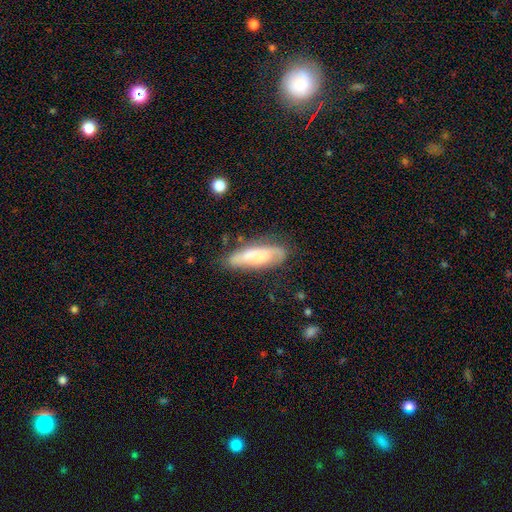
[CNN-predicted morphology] Q: Smooth or featured?
A: smooth (57%); runner-up: featured or disk (36%)
Q: How rounded?
A: in between (52%); runner-up: cigar-shaped (46%)
Q: Merging?
A: none (65%); runner-up: minor disturbance (24%)